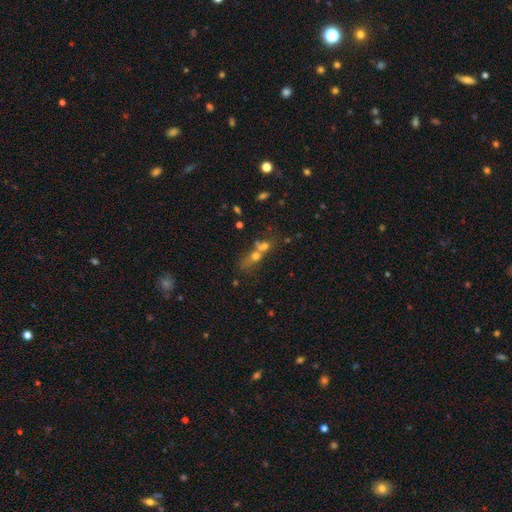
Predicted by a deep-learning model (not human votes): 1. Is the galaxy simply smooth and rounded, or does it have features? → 50% smooth, 26% featured or disk, 24% star or artifact.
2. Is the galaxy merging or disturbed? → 56% merger, 29% none, 8% minor disturbance, 7% major disturbance.